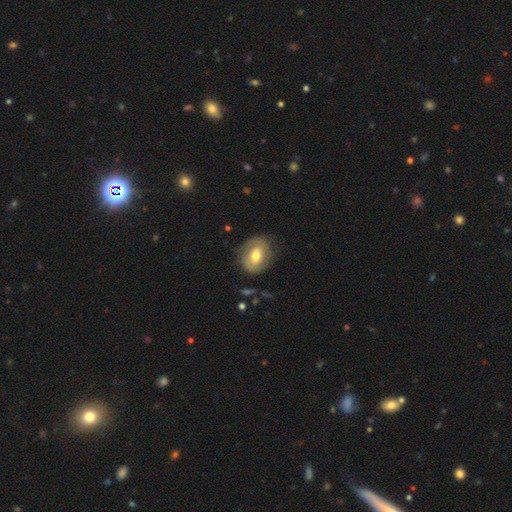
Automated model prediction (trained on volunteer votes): smooth_or_featured: smooth (p=0.55) [alt: featured or disk p=0.39]
how_rounded: in between (p=0.56) [alt: round p=0.43]
merging: none (p=0.78) [alt: minor disturbance p=0.15]